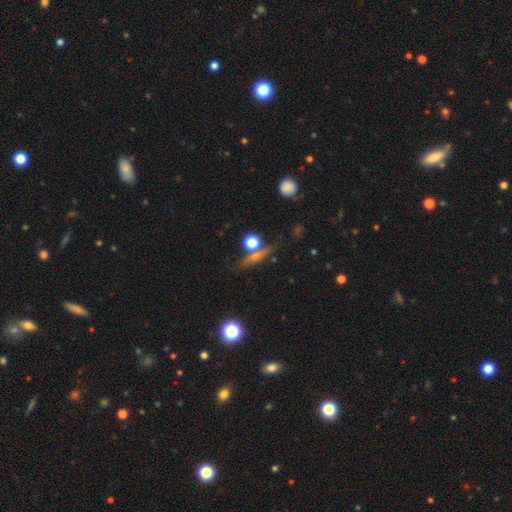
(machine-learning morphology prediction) Smooth or featured: featured or disk — 45% (smooth — 37%)
Merging: none — 74% (minor disturbance — 11%)